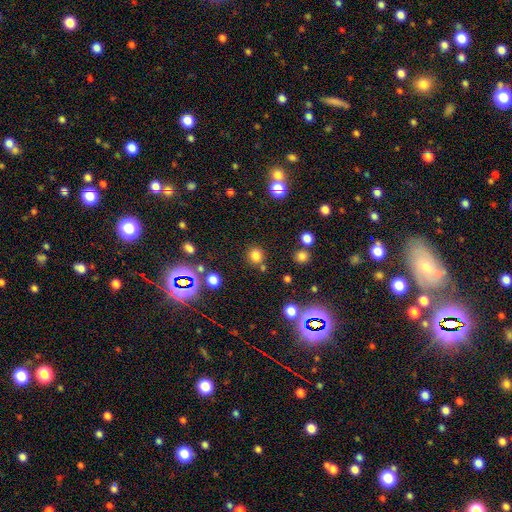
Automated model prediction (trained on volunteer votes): A smooth galaxy with no disk features (77%) that is round (88%).

Vote fractions:
- Smooth or featured? smooth: 77% / star or artifact: 18% / featured or disk: 6%
- How rounded? round: 88% / in between: 11% / cigar-shaped: 1%
- Merging? none: 81% / minor disturbance: 8% / merger: 7% / major disturbance: 3%